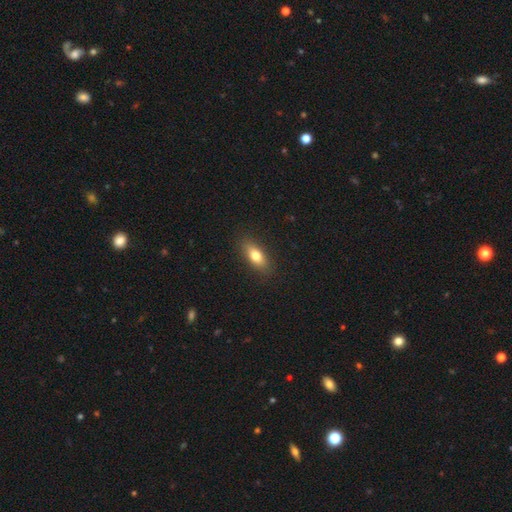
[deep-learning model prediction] smooth-or-featured: smooth: 75% | featured or disk: 17% | star or artifact: 7%
  how-rounded: in between: 74% | cigar-shaped: 21% | round: 5%
  merging: none: 87% | minor disturbance: 9% | major disturbance: 2% | merger: 1%